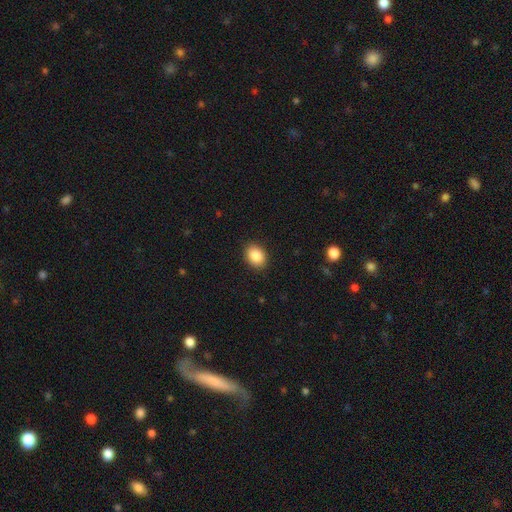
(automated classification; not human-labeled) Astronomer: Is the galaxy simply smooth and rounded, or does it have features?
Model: smooth — 87%.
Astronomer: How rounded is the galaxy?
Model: in between — 62%.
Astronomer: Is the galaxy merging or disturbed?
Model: none — 90%.